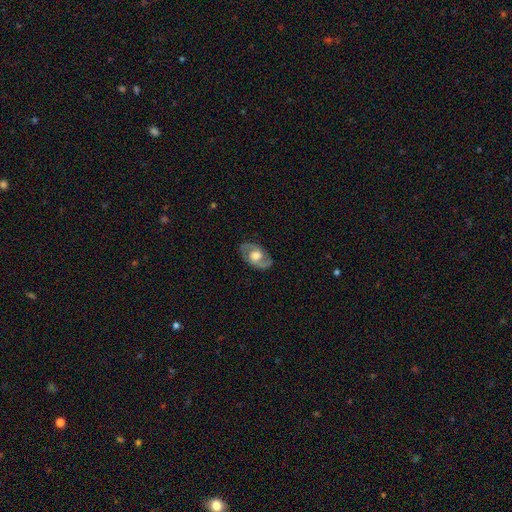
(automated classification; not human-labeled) smooth-or-featured: featured or disk: 79% | smooth: 16% | star or artifact: 5%
  disk-edge-on: no: 95% | yes: 5%
    bar: no: 58% | weak: 34% | strong: 8%
    has-spiral-arms: yes: 86% | no: 14%
      spiral-winding: medium: 54% | tight: 27% | loose: 19%
      spiral-arm-count: 2: 90% | can't tell: 5% | 1: 2% | 3: 1% | 4: 1% | more than 4: 1%
    bulge-size: moderate: 51% | large: 38% | small: 6% | dominant: 2% | none: 2%
  merging: none: 84% | minor disturbance: 11% | major disturbance: 4% | merger: 1%